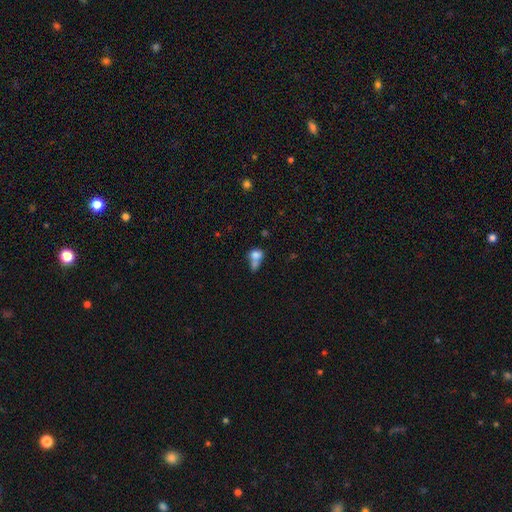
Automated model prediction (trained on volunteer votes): A smooth galaxy with no disk features (75%) that is in between round and cigar-shaped (50%). Merging: merger (58%).